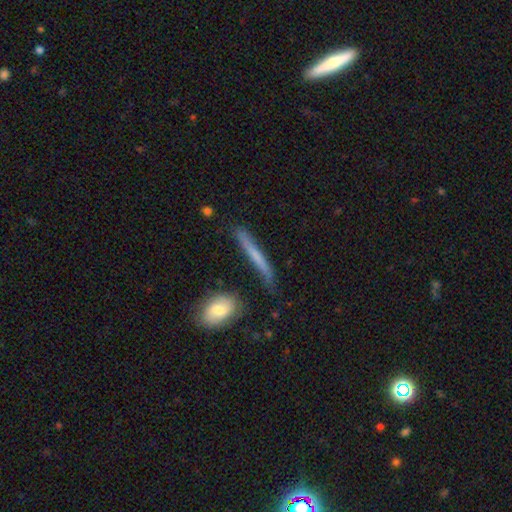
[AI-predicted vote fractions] A smooth galaxy with no disk features (54%) that is cigar-shaped (93%). Merging: none (78%).